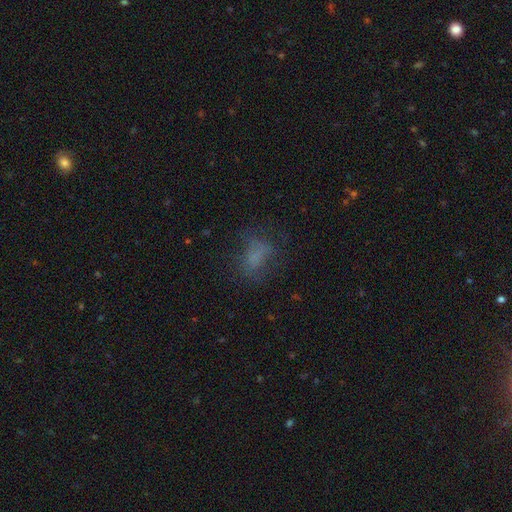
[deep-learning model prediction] Smooth or featured: smooth — 60% (featured or disk — 20%)
How rounded: in between — 72% (round — 24%)
Merging: none — 57% (major disturbance — 21%)